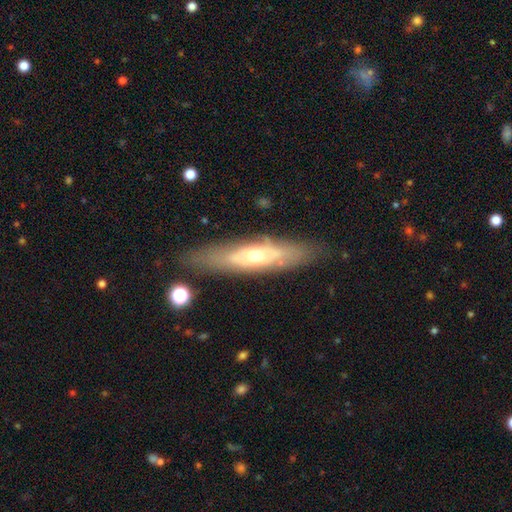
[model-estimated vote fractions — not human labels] This appears to be a featured or disk galaxy (58%). Merging: none (76%).